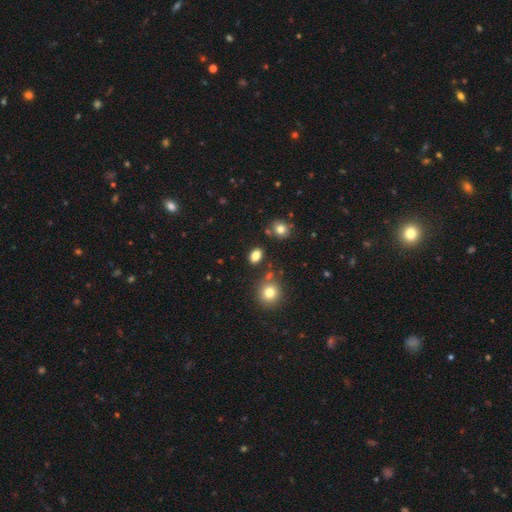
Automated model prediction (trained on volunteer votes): smooth_or_featured: smooth (p=0.82) [alt: star or artifact p=0.12]
how_rounded: in between (p=0.74) [alt: round p=0.24]
merging: none (p=0.82) [alt: minor disturbance p=0.10]